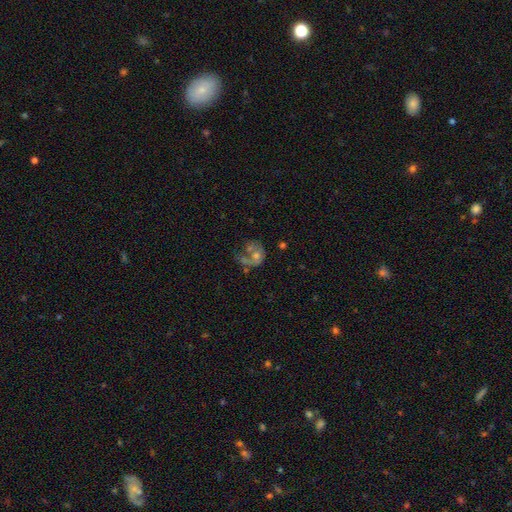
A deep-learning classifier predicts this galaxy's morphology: featured or disk 53%, smooth 32%, star or artifact 15%. Down the decision tree: edge-on disk — no (97%); bar — no (87%); spiral arms — no (58%); bulge size — moderate (49%); merging — major disturbance (31%).